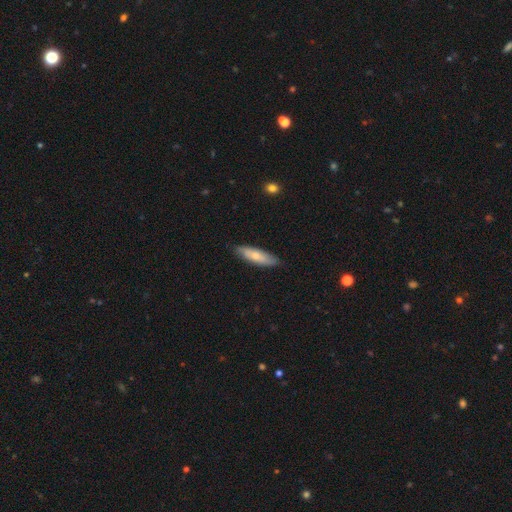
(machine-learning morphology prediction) smooth-or-featured: smooth: 64% | featured or disk: 31% | star or artifact: 5%
  how-rounded: cigar-shaped: 56% | in between: 42% | round: 2%
  merging: none: 83% | minor disturbance: 14% | major disturbance: 2% | merger: 1%